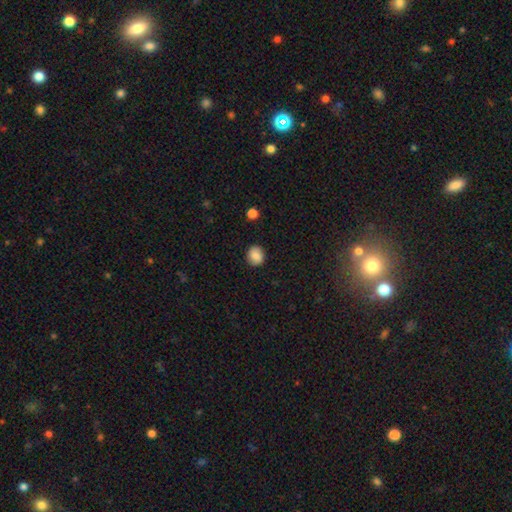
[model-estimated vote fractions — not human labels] Smooth or featured: smooth — 86% (star or artifact — 8%)
How rounded: round — 71% (in between — 28%)
Merging: none — 88% (minor disturbance — 8%)